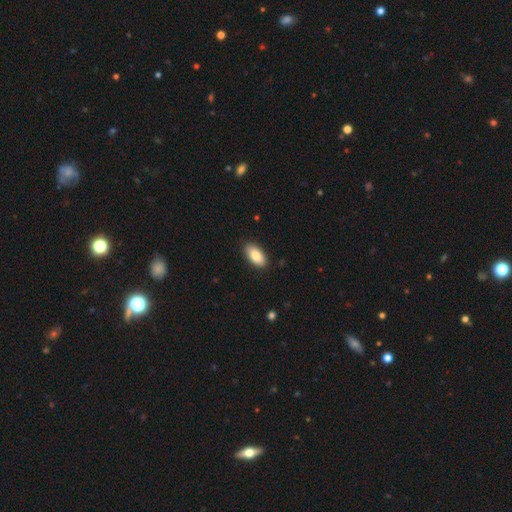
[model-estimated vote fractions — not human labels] Smooth or featured?
  - smooth: 84% *
  - featured or disk: 9%
  - star or artifact: 6%
How rounded?
  - in between: 93% *
  - cigar-shaped: 4%
  - round: 3%
Merging?
  - none: 88% *
  - minor disturbance: 9%
  - major disturbance: 2%
  - merger: 1%